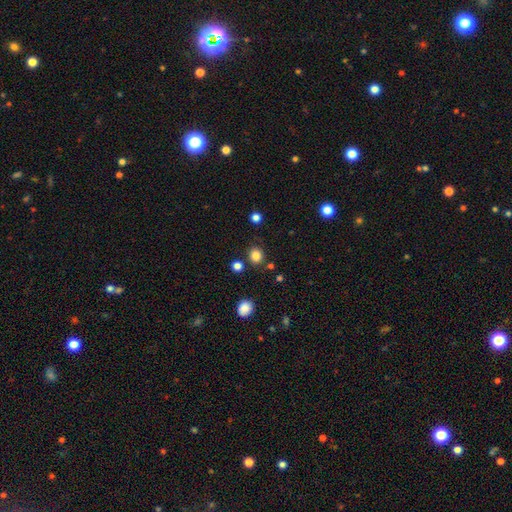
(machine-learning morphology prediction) This appears to be a smooth galaxy with no disk features (83%) that is round (81%). Merging: none (83%).